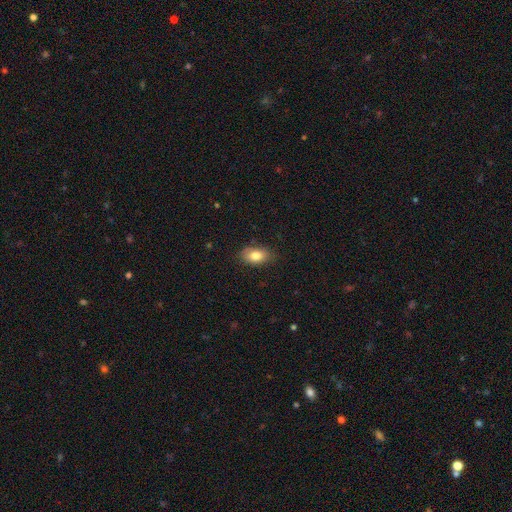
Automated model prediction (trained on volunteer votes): Smooth or featured? Predicted: smooth (p=0.81). How rounded? Predicted: in between (p=0.89). Merging? Predicted: none (p=0.80).